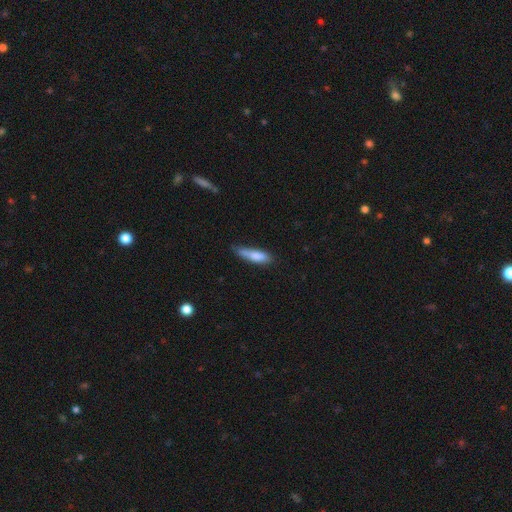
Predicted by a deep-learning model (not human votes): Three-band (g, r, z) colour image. It shows a smooth galaxy with no disk features (80%) that is cigar-shaped (67%). Merging: none (54%).